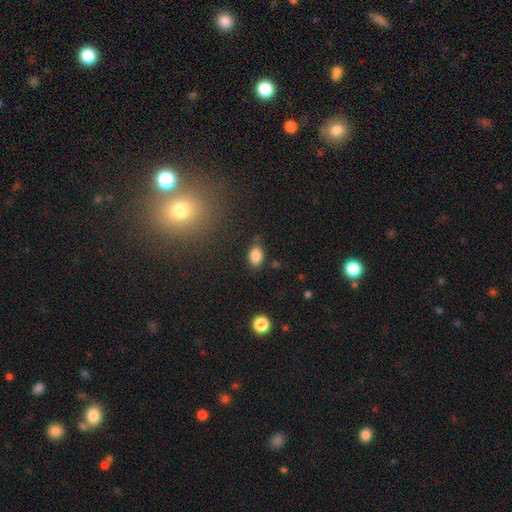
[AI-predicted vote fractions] A smooth galaxy with no disk features (85%) that is in between round and cigar-shaped (79%).

Vote fractions:
- Smooth or featured? smooth: 85% / star or artifact: 9% / featured or disk: 5%
- How rounded? in between: 79% / round: 19% / cigar-shaped: 1%
- Merging? none: 74% / minor disturbance: 18% / major disturbance: 4% / merger: 3%